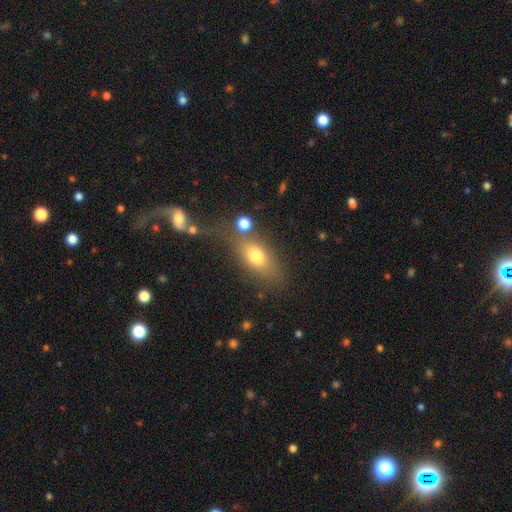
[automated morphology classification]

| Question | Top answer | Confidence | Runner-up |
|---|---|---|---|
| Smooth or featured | smooth | 72% | featured or disk (17%) |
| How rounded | in between | 74% | round (13%) |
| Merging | none | 56% | minor disturbance (17%) |